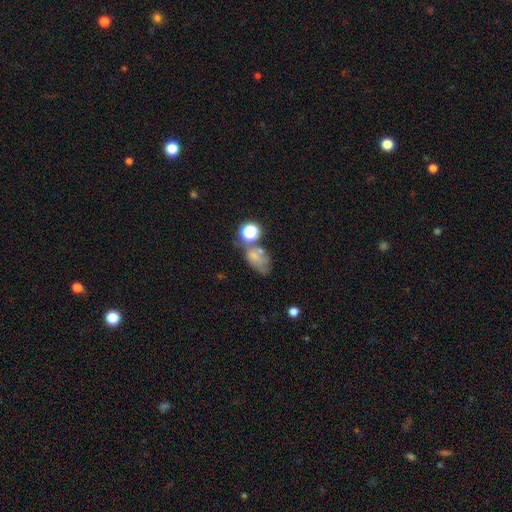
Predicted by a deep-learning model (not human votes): Overall: smooth (62%). How rounded: in between (76%). Merging: none (32%; merger 29%).